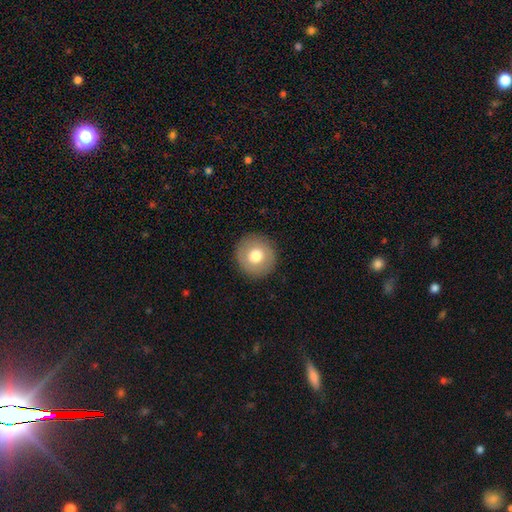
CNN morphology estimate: smooth_or_featured: smooth (p=0.74) [alt: featured or disk p=0.18]
how_rounded: round (p=0.95) [alt: in between p=0.04]
merging: none (p=0.92) [alt: minor disturbance p=0.05]